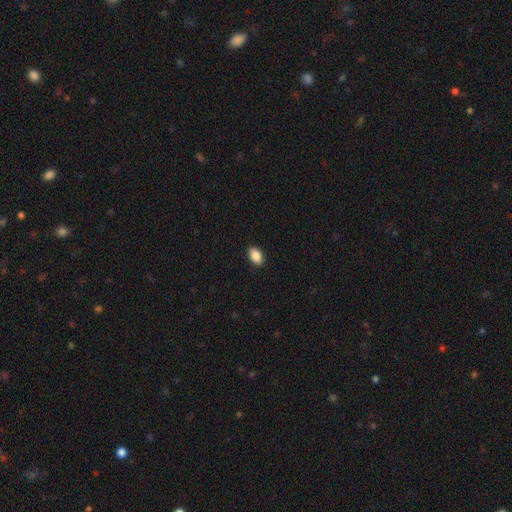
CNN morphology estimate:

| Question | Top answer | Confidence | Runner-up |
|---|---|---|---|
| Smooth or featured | smooth | 89% | star or artifact (7%) |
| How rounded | in between | 90% | round (9%) |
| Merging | none | 90% | minor disturbance (7%) |